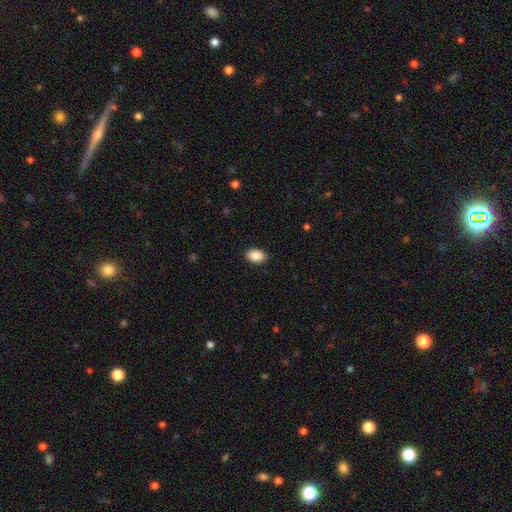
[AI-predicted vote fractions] Smooth or featured?
  - smooth: 89% *
  - star or artifact: 7%
  - featured or disk: 4%
How rounded?
  - in between: 89% *
  - round: 10%
  - cigar-shaped: 1%
Merging?
  - none: 90% *
  - minor disturbance: 7%
  - major disturbance: 2%
  - merger: 1%